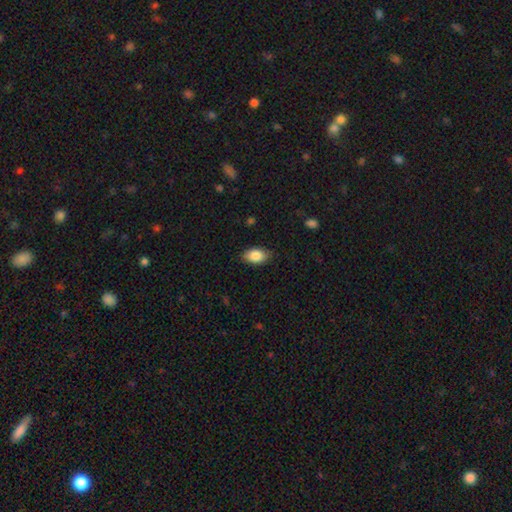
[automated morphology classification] Smooth or featured? smooth (86%)
How rounded? in between (91%)
Merging? none (84%)